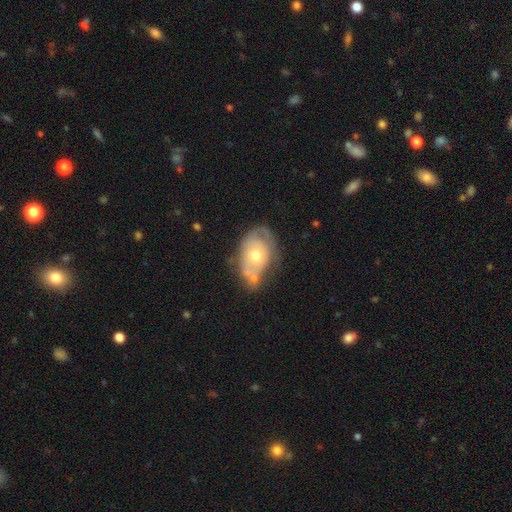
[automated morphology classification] featured or disk 55%, smooth 38%, star or artifact 7%. Down the decision tree: edge-on disk — no (93%); bar — no (85%); spiral arms — no (59%); bulge size — moderate (69%); merging — none (34%).